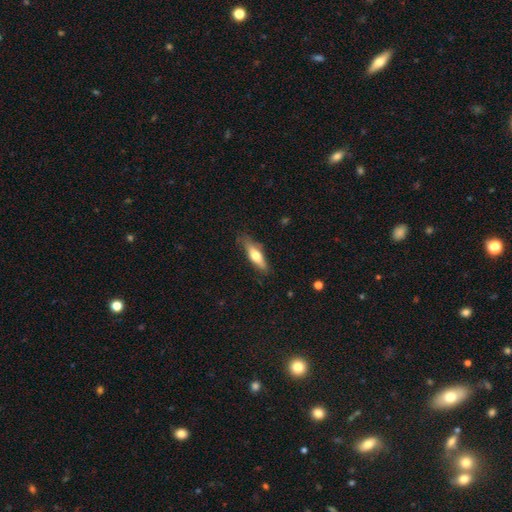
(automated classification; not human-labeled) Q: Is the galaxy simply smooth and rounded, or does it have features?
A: smooth — 58%.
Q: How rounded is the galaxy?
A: cigar-shaped — 57%.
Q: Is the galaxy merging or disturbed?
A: none — 75%.